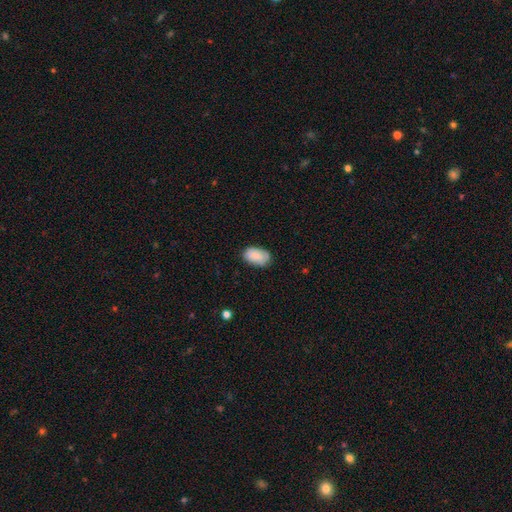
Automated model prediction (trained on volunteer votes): Q: Smooth or featured?
A: smooth (85%); runner-up: featured or disk (8%)
Q: How rounded?
A: in between (91%); runner-up: round (7%)
Q: Merging?
A: none (76%); runner-up: minor disturbance (19%)